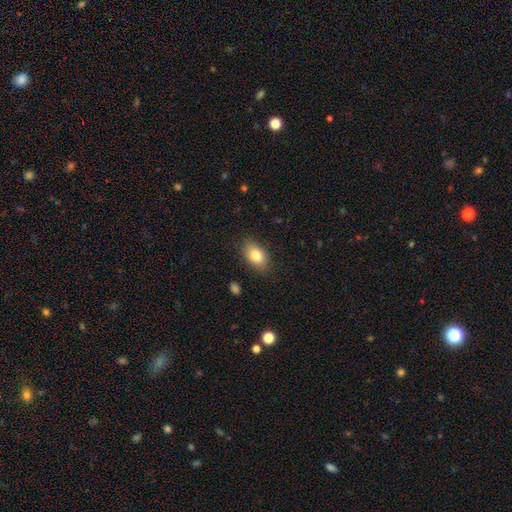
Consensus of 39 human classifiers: Smooth or featured? smooth (82%)
How rounded? in between (81%)
Merging? none (86%)